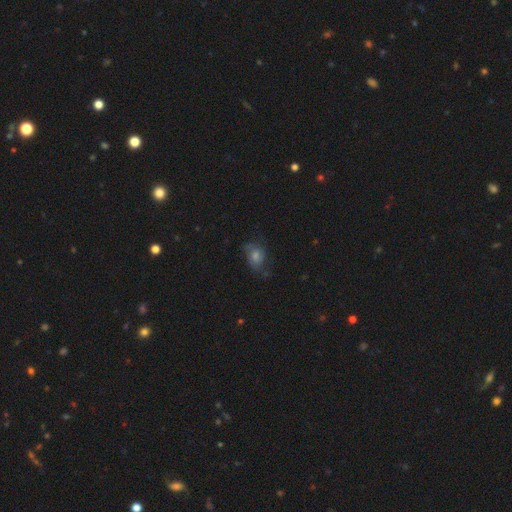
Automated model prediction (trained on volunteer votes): Overall: smooth (44%; featured or disk 35%). Merging: none (62%; minor disturbance 24%).